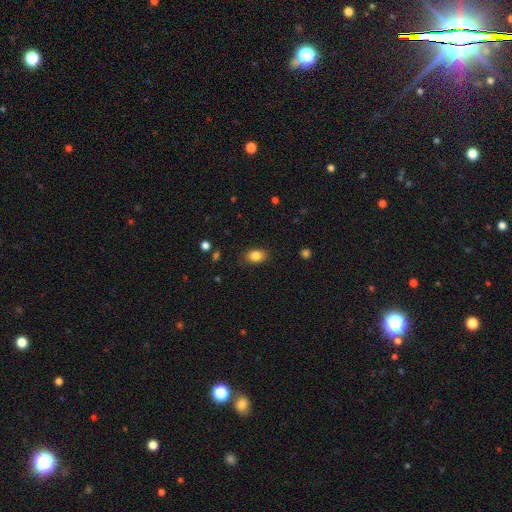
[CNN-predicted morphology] smooth-or-featured: smooth: 85% | star or artifact: 9% | featured or disk: 6%
  how-rounded: in between: 82% | round: 17% | cigar-shaped: 1%
  merging: none: 85% | minor disturbance: 11% | major disturbance: 3% | merger: 1%